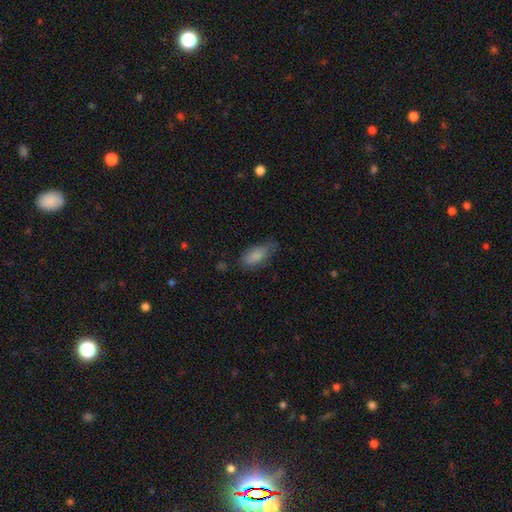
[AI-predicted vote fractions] smooth 83%, featured or disk 10%, star or artifact 8%. Down the decision tree: how rounded — in between (83%); merging — none (51%).